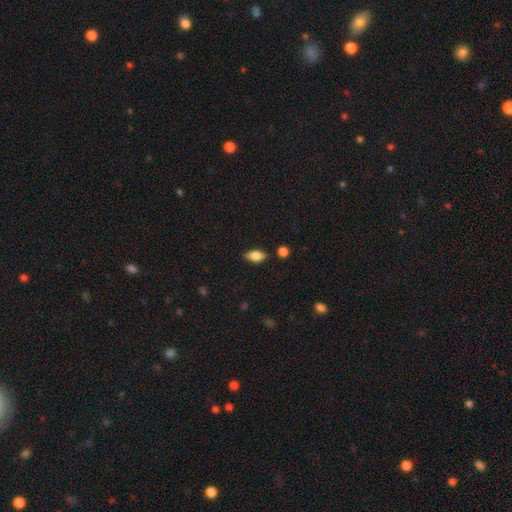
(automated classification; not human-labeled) Smooth or featured? Predicted: smooth (p=0.77). How rounded? Predicted: in between (p=0.87). Merging? Predicted: none (p=0.83).